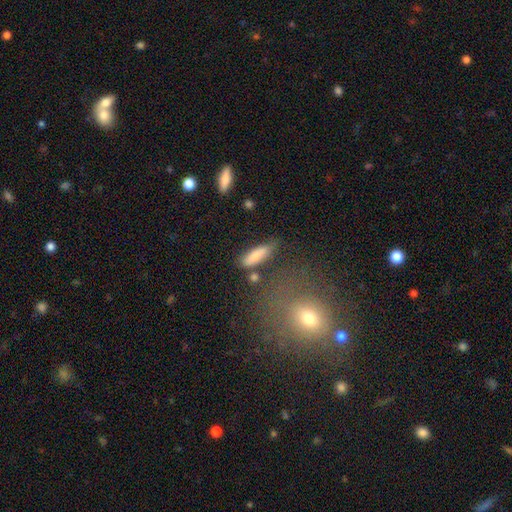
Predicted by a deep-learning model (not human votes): This appears to be a smooth galaxy with no disk features (79%) that is cigar-shaped (52%). Merging: none (66%).